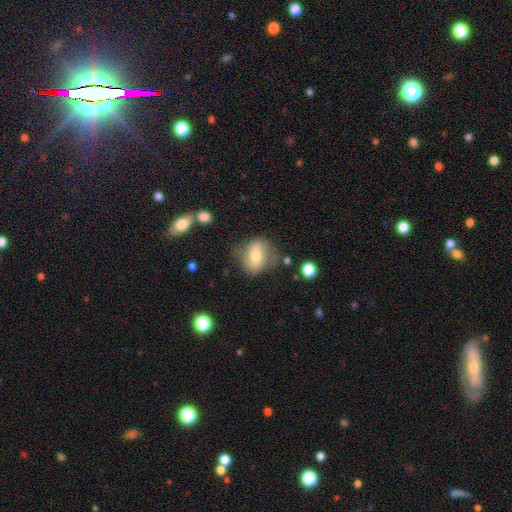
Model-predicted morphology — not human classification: A smooth galaxy with no disk features (54%) that is in between round and cigar-shaped (49%, tied with round). Merging: none (63%).